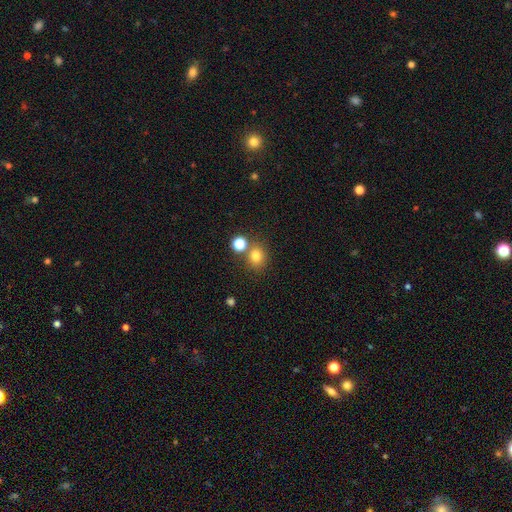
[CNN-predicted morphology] Overall: smooth (78%). How rounded: round (79%). Merging: none (69%).